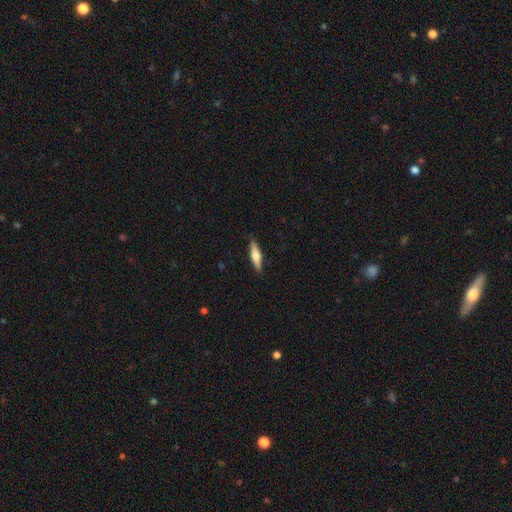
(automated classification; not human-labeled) The model was most divided on "smooth or featured": smooth: 50%, featured or disk: 45%, star or artifact: 5%. More confident: merging — none (89%).